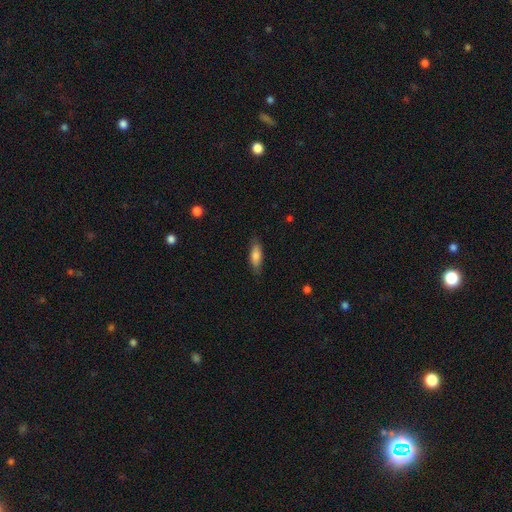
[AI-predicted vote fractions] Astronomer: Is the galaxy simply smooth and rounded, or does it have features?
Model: smooth — 79%.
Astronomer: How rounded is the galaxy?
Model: in between — 61% (runner-up: cigar-shaped, 37%).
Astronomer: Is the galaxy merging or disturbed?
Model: none — 81%.